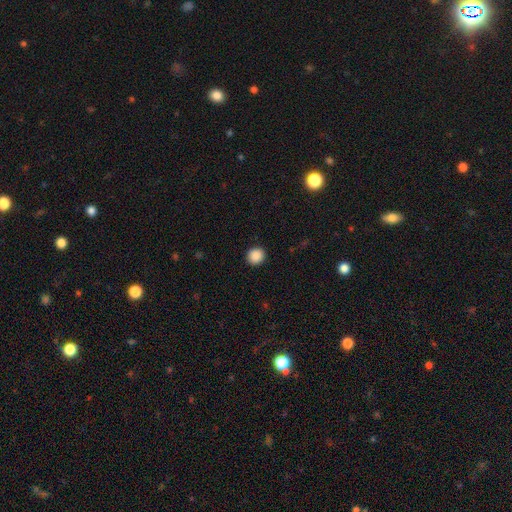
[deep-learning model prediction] A smooth galaxy with no disk features (89%) that is round (88%). Merging: none (92%).